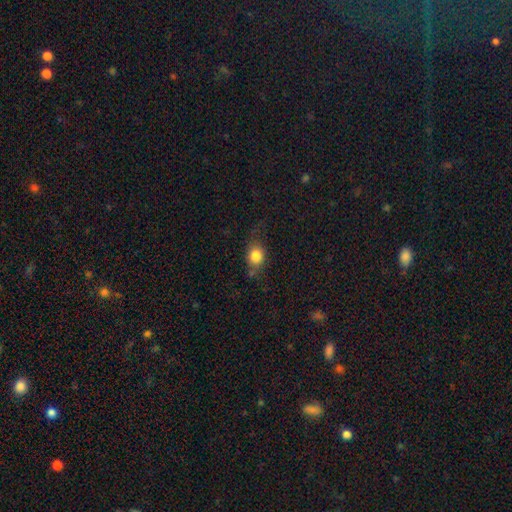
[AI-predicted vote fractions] This appears to be a smooth galaxy with no disk features (81%) that is round (55%). Merging: none (61%).